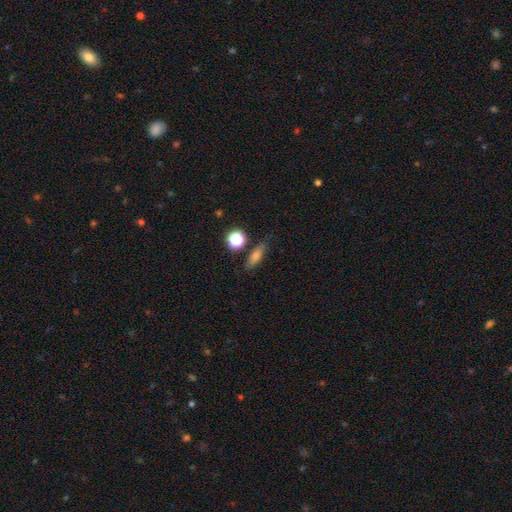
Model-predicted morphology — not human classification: smooth_or_featured: smooth (p=0.67) [alt: featured or disk p=0.19]
how_rounded: in between (p=0.50) [alt: cigar-shaped p=0.37]
merging: none (p=0.78) [alt: minor disturbance p=0.13]